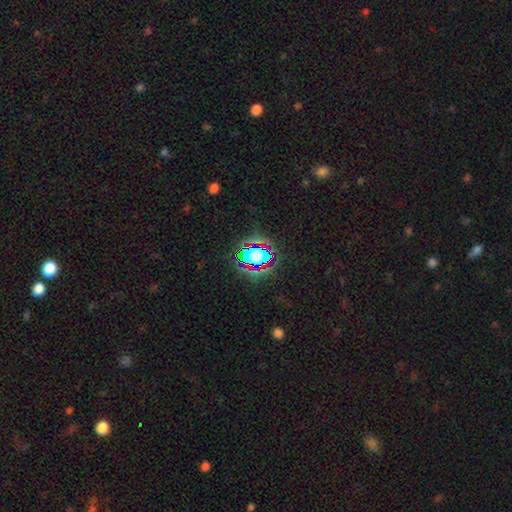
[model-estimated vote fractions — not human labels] Smooth or featured? star or artifact (58%)